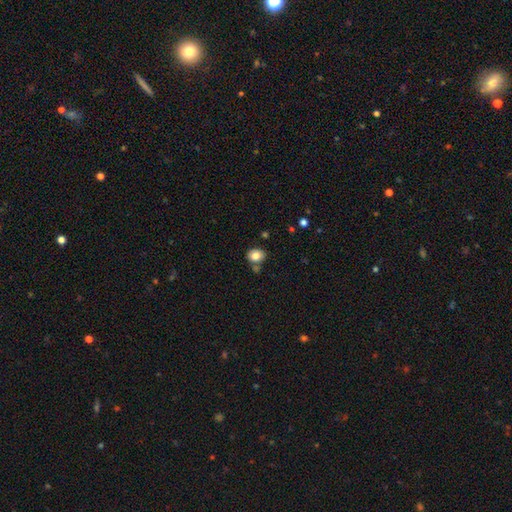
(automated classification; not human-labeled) Smooth or featured? Predicted: smooth (p=0.82). How rounded? Predicted: round (p=0.52). Merging? Predicted: none (p=0.72).